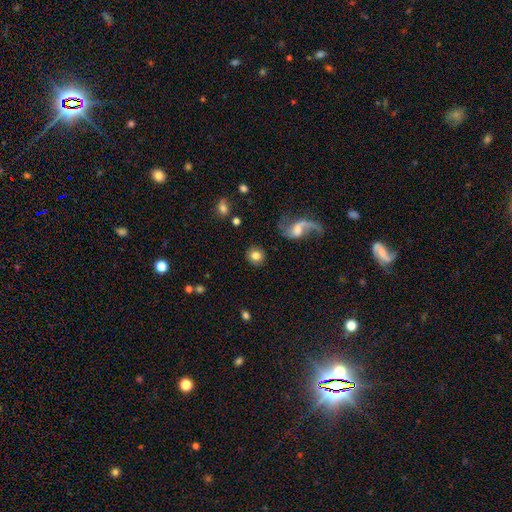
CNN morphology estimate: This is likely a smooth galaxy (78%). How rounded: clearly round (88%). Merging: clearly none (88%).